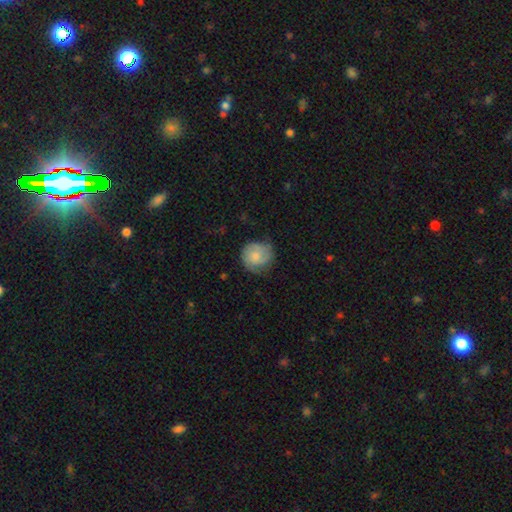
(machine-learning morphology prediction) The model was most divided on "smooth or featured": smooth: 52%, featured or disk: 41%, star or artifact: 7%. More confident: how rounded — round (88%); merging — none (64%).